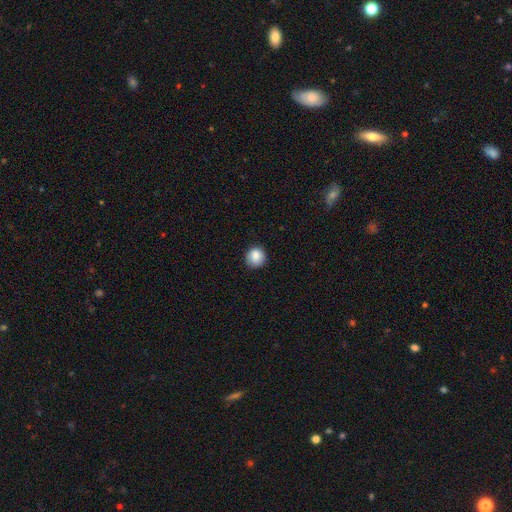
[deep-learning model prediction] Overall: smooth (86%). How rounded: round (93%). Merging: none (87%).